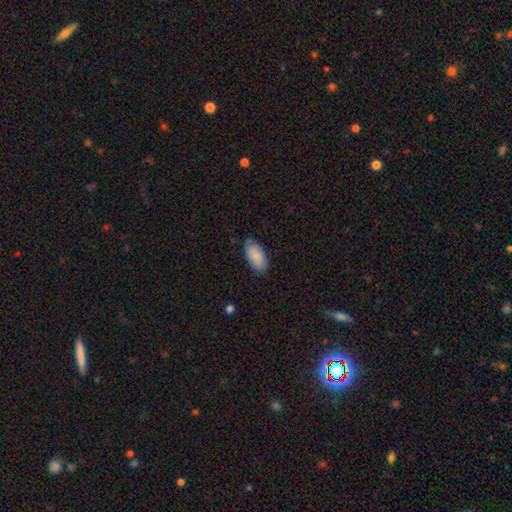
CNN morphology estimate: This is clearly a smooth galaxy (87%). How rounded: clearly in between (93%). Merging: likely none (79%).